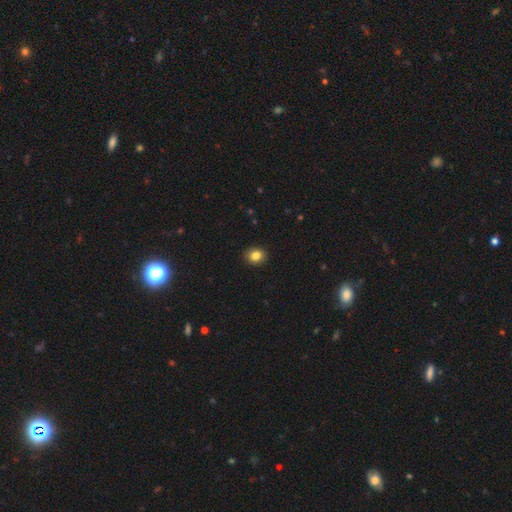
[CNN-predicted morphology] smooth-or-featured: smooth: 85% | star or artifact: 10% | featured or disk: 5%
  how-rounded: round: 67% | in between: 32% | cigar-shaped: 1%
  merging: none: 91% | minor disturbance: 6% | major disturbance: 2% | merger: 1%